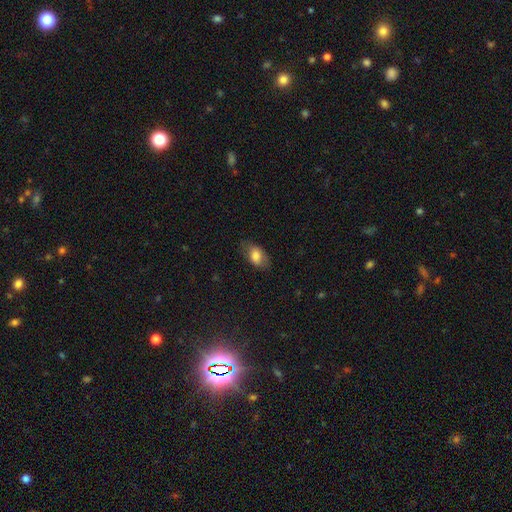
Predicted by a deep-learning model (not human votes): The model was most divided on "merging": none: 74%, minor disturbance: 20%, major disturbance: 6%, merger: 1%. More confident: how rounded — in between (91%); smooth or featured — smooth (76%).